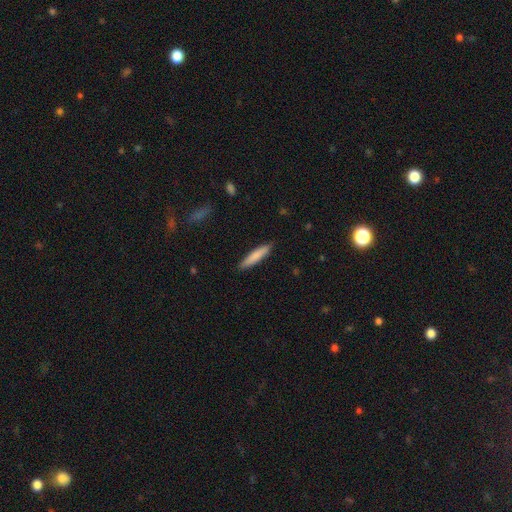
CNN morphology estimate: Smooth or featured?
  - smooth: 81% *
  - featured or disk: 14%
  - star or artifact: 5%
How rounded?
  - cigar-shaped: 87% *
  - in between: 12%
  - round: 1%
Merging?
  - none: 89% *
  - minor disturbance: 8%
  - major disturbance: 2%
  - merger: 1%